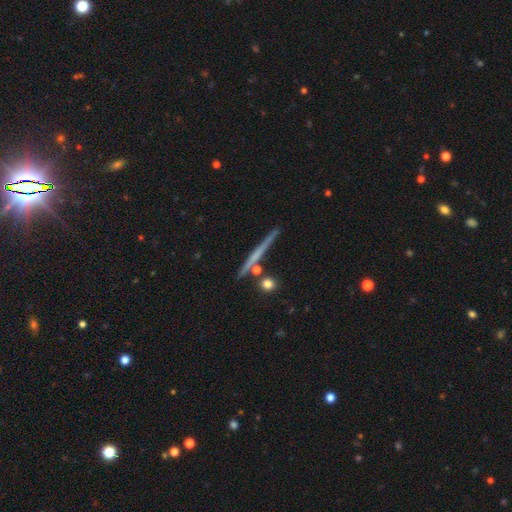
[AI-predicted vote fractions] Smooth or featured: featured or disk — 54% (smooth — 39%)
Edge-on disk: yes — 97% (no — 3%)
Edge-on bulge: none — 84% (rounded — 12%)
Merging: none — 84% (minor disturbance — 8%)